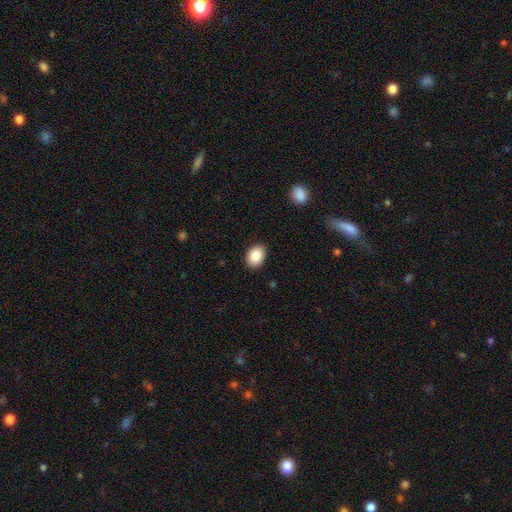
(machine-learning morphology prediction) The model was most divided on "how rounded": in between: 77%, round: 22%, cigar-shaped: 1%. More confident: merging — none (90%); smooth or featured — smooth (87%).